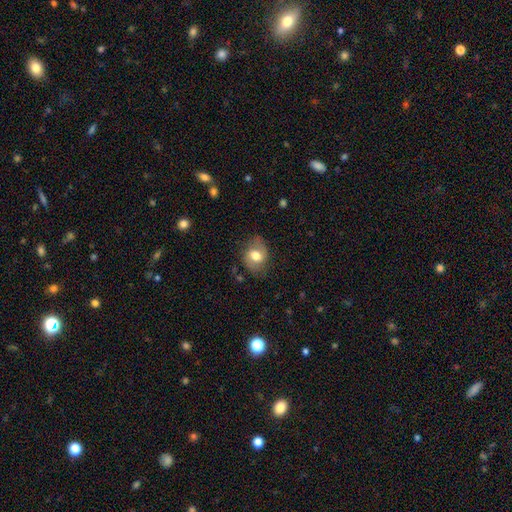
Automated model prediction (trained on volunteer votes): smooth-or-featured: smooth: 59% | featured or disk: 34% | star or artifact: 8%
  how-rounded: in between: 59% | round: 40% | cigar-shaped: 1%
  merging: none: 71% | minor disturbance: 21% | major disturbance: 7% | merger: 1%